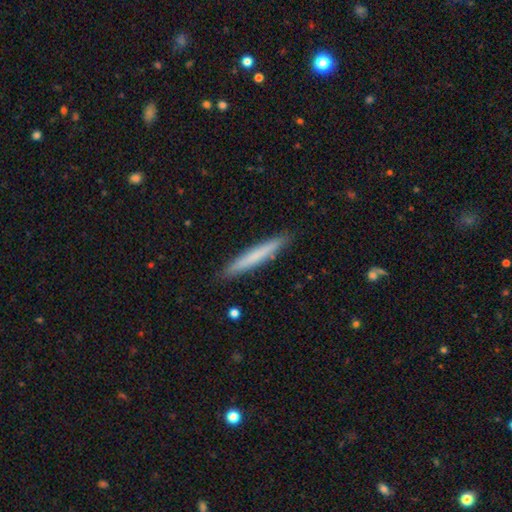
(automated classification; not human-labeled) A smooth galaxy with no disk features (67%) that is cigar-shaped (96%).

Vote fractions:
- Smooth or featured? smooth: 67% / featured or disk: 28% / star or artifact: 6%
- How rounded? cigar-shaped: 96% / in between: 3% / round: 1%
- Merging? none: 91% / minor disturbance: 6% / major disturbance: 1% / merger: 1%